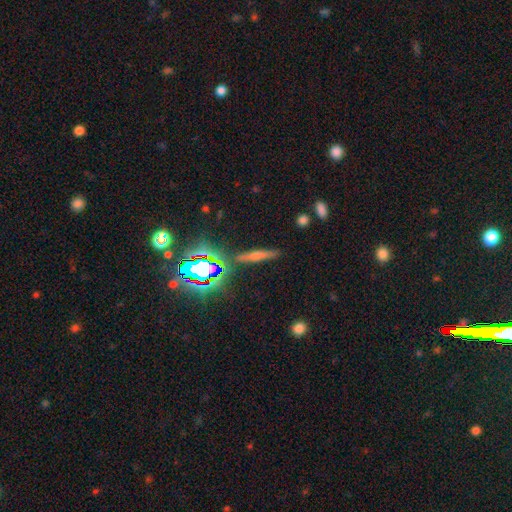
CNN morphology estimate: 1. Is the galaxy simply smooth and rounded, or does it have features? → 39% smooth, 36% featured or disk, 25% star or artifact.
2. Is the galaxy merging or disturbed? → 85% none, 9% minor disturbance, 3% merger, 3% major disturbance.